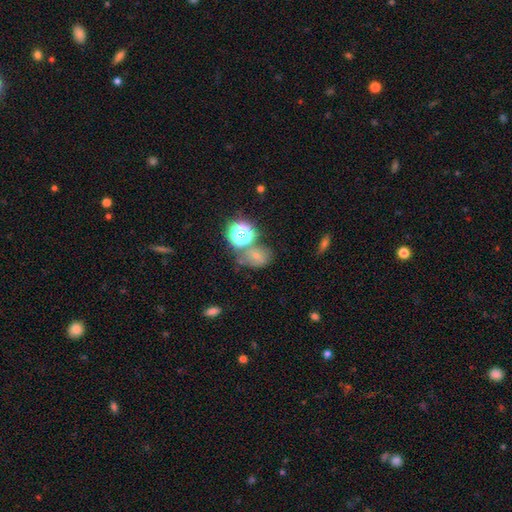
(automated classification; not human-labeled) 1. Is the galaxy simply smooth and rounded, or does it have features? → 56% smooth, 27% star or artifact, 17% featured or disk.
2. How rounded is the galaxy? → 54% in between, 45% round, 1% cigar-shaped.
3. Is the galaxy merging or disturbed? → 53% none, 20% merger, 18% minor disturbance, 9% major disturbance.